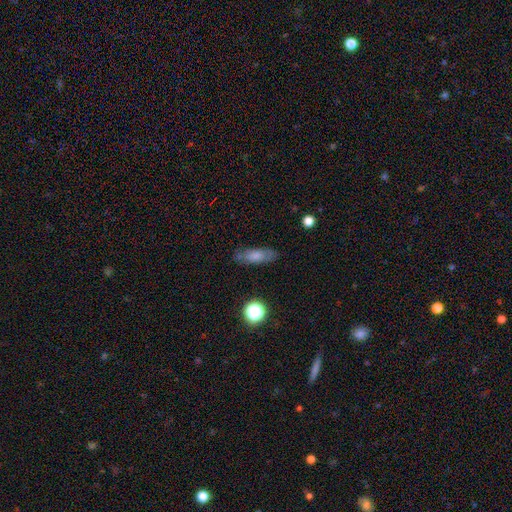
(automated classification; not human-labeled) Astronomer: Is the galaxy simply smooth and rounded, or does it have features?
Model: smooth — 69%.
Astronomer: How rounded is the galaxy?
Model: in between — 67%.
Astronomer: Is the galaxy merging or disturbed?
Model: none — 74%.